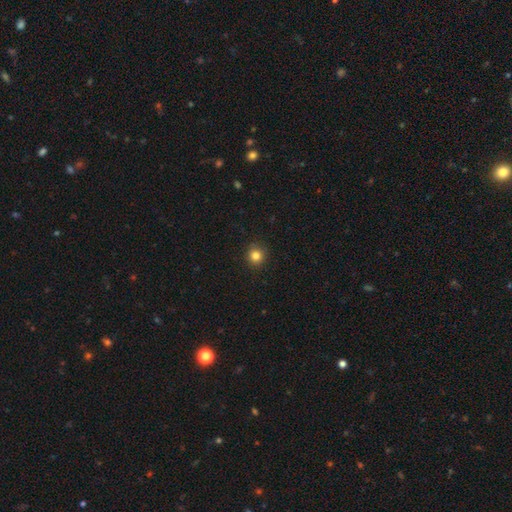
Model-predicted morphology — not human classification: smooth_or_featured: smooth (p=0.83) [alt: star or artifact p=0.13]
how_rounded: round (p=0.93) [alt: in between p=0.06]
merging: none (p=0.90) [alt: minor disturbance p=0.07]